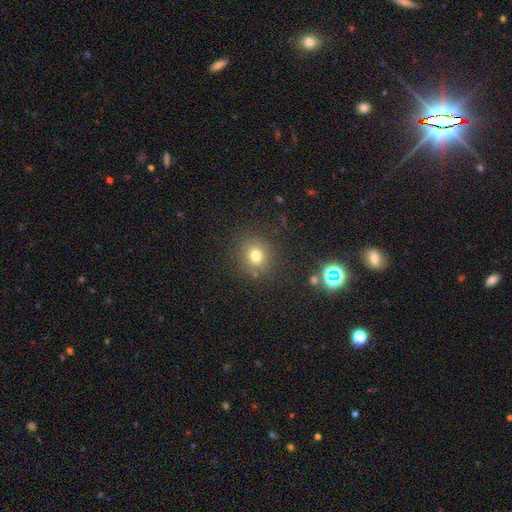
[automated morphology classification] Smooth or featured? Predicted: smooth (p=0.74). How rounded? Predicted: round (p=0.82). Merging? Predicted: none (p=0.84).